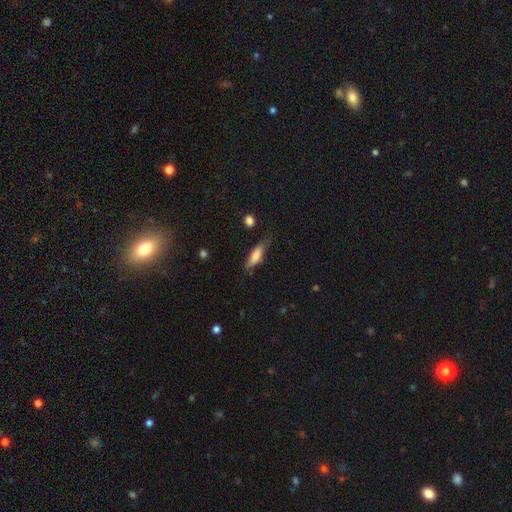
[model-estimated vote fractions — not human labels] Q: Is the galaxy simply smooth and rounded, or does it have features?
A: smooth — 69%.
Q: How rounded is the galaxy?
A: cigar-shaped — 57%.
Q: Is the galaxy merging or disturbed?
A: none — 70%.